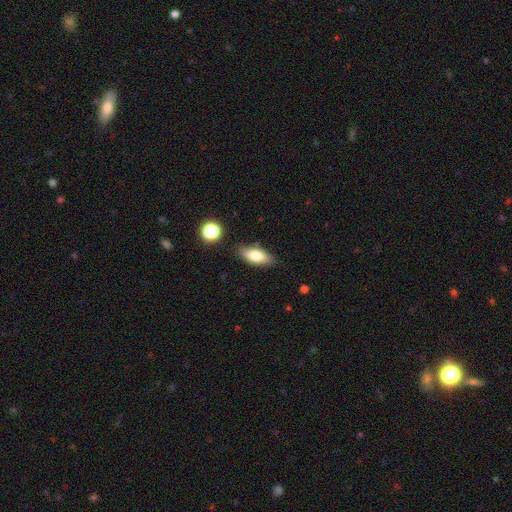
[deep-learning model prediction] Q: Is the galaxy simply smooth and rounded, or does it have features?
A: smooth — 76%.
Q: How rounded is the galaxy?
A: in between — 79%.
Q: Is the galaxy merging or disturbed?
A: none — 82%.